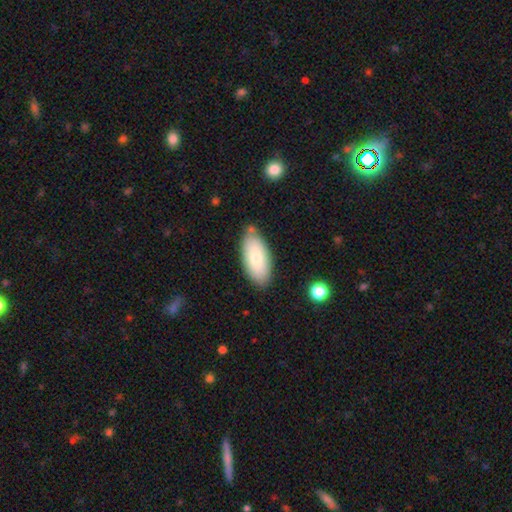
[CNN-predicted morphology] smooth_or_featured: smooth (p=0.75) [alt: featured or disk p=0.18]
how_rounded: in between (p=0.90) [alt: cigar-shaped p=0.07]
merging: none (p=0.77) [alt: minor disturbance p=0.15]